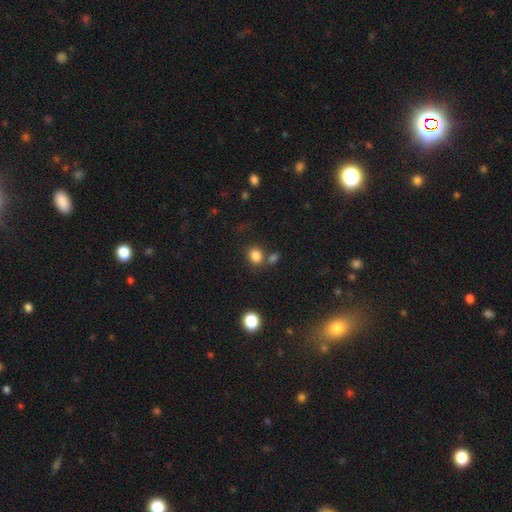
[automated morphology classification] The model was most divided on "how rounded": round: 56%, in between: 43%, cigar-shaped: 1%. More confident: smooth or featured — smooth (83%); merging — none (65%).